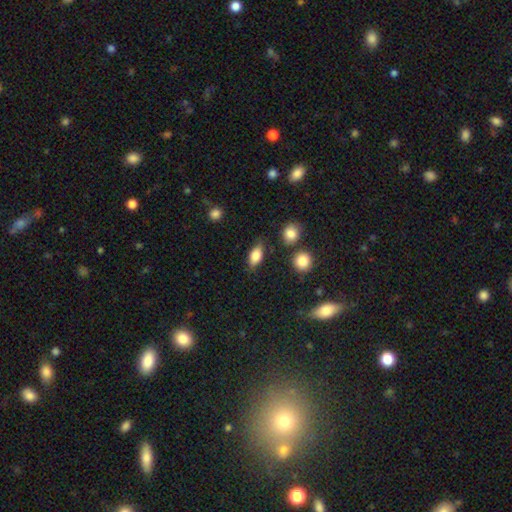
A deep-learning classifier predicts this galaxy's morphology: Smooth or featured? smooth (82%)
How rounded? in between (86%)
Merging? none (77%)